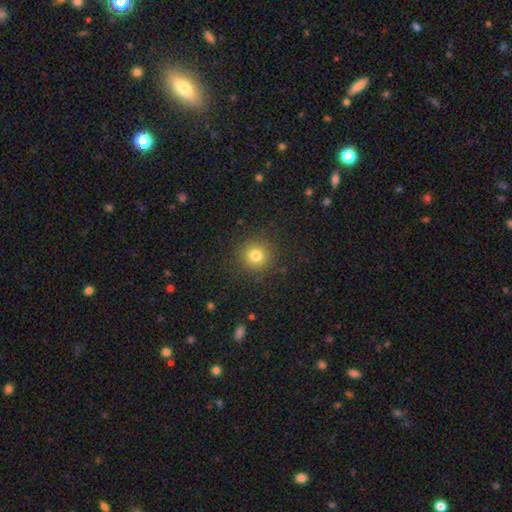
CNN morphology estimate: type=smooth (78%); roundness=round (94%); merging=none (89%).